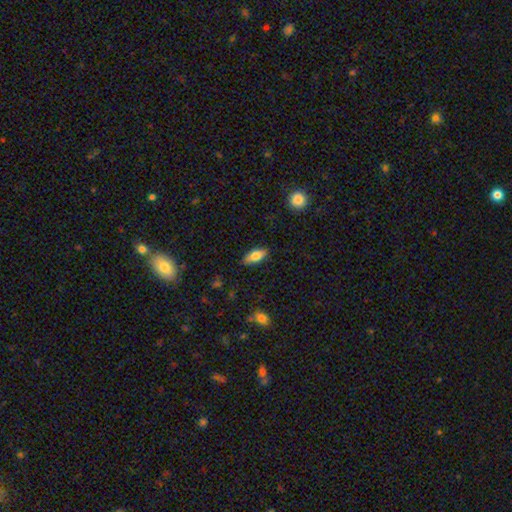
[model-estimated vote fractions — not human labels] smooth 78%, featured or disk 15%, star or artifact 7%. Down the decision tree: how rounded — in between (82%); merging — none (85%).